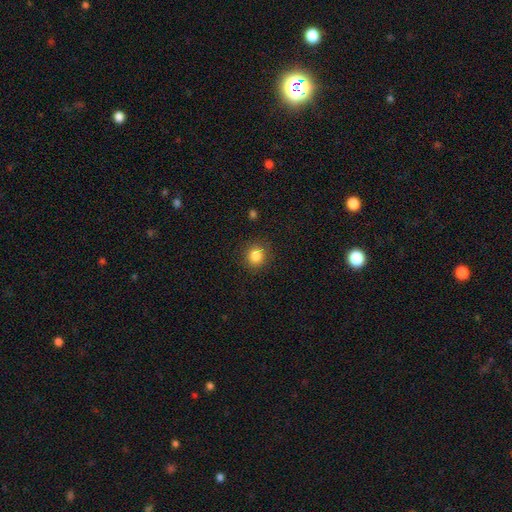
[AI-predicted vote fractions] Smooth or featured? Predicted: smooth (p=0.85). How rounded? Predicted: round (p=0.87). Merging? Predicted: none (p=0.88).